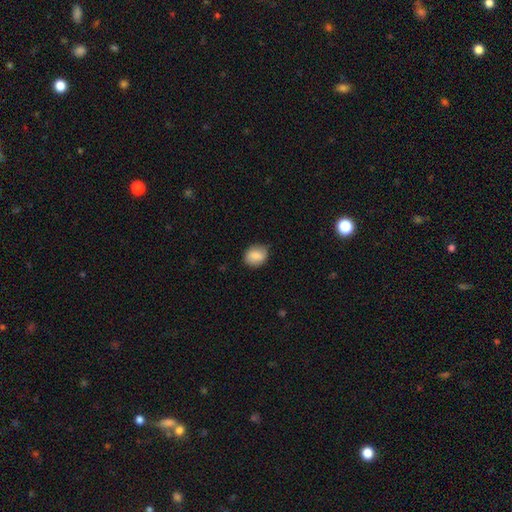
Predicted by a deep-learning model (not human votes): smooth_or_featured: smooth (p=0.85) [alt: featured or disk p=0.08]
how_rounded: round (p=0.56) [alt: in between p=0.42]
merging: none (p=0.79) [alt: minor disturbance p=0.16]